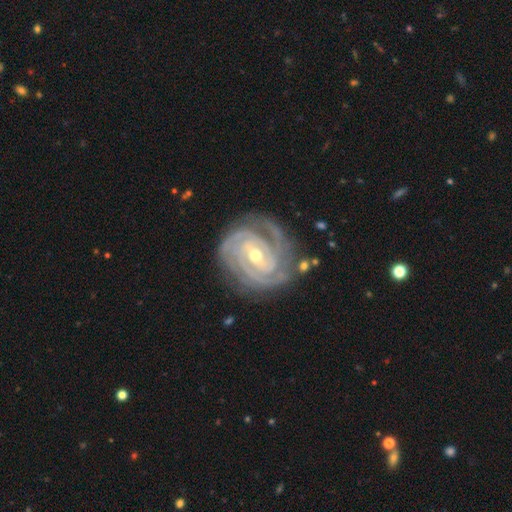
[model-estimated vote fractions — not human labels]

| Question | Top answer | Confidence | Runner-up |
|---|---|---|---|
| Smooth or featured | featured or disk | 93% | star or artifact (4%) |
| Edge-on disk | no | 98% | yes (2%) |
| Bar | weak | 44% | strong (30%) |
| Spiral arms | yes | 99% | no (1%) |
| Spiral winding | tight | 82% | medium (16%) |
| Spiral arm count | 3 | 39% | 4 (20%) |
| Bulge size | moderate | 50% | small (47%) |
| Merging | none | 77% | minor disturbance (16%) |